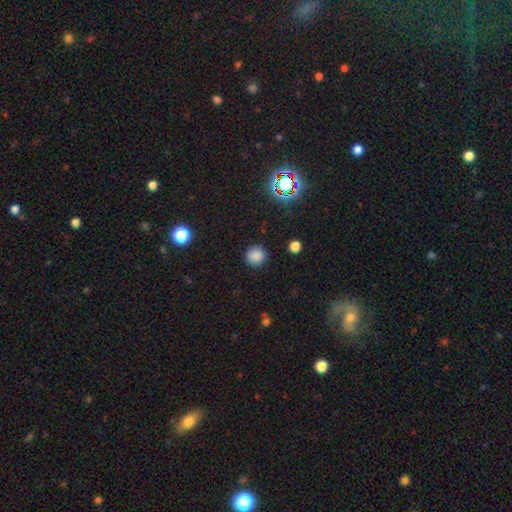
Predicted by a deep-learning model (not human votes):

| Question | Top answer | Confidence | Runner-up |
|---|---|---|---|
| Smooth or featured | smooth | 83% | star or artifact (13%) |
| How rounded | round | 90% | in between (9%) |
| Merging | none | 89% | minor disturbance (8%) |